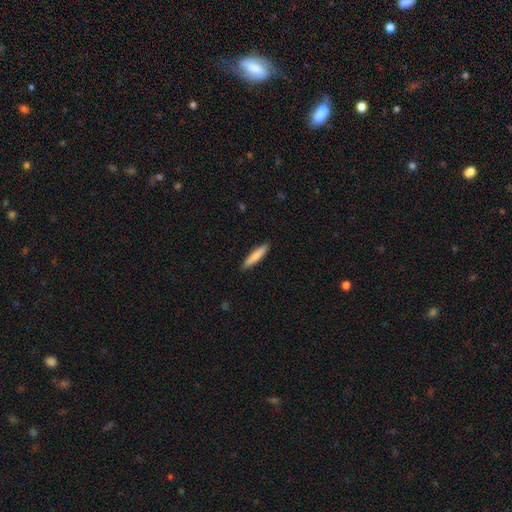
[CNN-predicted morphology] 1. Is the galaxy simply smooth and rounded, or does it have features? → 77% smooth, 18% featured or disk, 5% star or artifact.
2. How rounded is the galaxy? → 87% cigar-shaped, 11% in between, 1% round.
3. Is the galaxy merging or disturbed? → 90% none, 7% minor disturbance, 1% major disturbance, 1% merger.